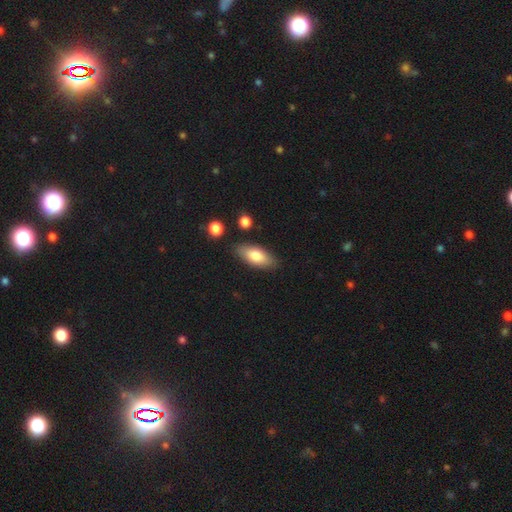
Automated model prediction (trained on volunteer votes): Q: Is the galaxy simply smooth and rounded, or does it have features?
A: smooth — 78%.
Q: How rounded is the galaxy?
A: in between — 85%.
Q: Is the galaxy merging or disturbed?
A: none — 82%.